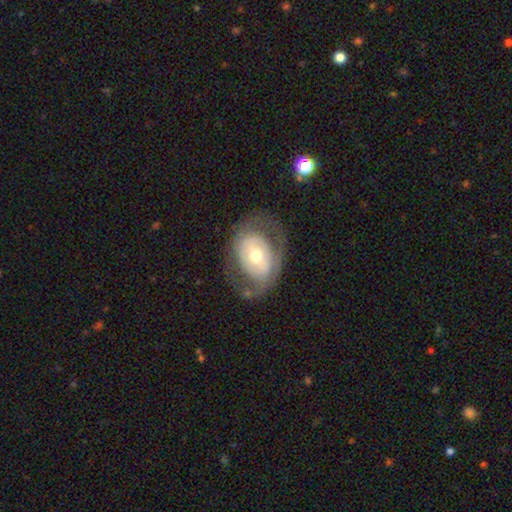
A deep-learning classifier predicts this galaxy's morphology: type=featured or disk (62%); edge-on=no (94%); bar=no (63%); spiral arms=no (57%); bulge=moderate (67%); merging=none (63%).